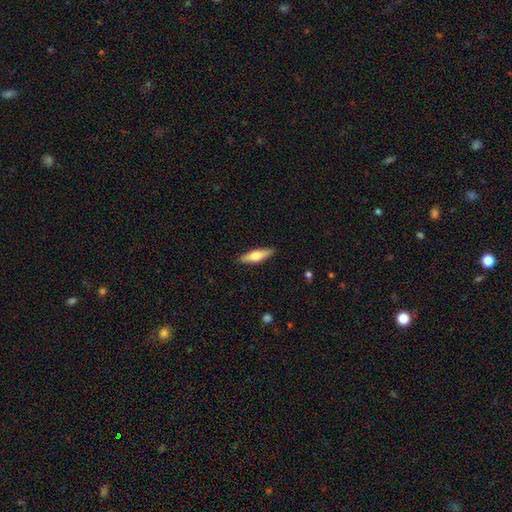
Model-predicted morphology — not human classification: The model was most divided on "how rounded": cigar-shaped: 58%, in between: 40%, round: 2%. More confident: merging — none (88%); smooth or featured — smooth (58%).